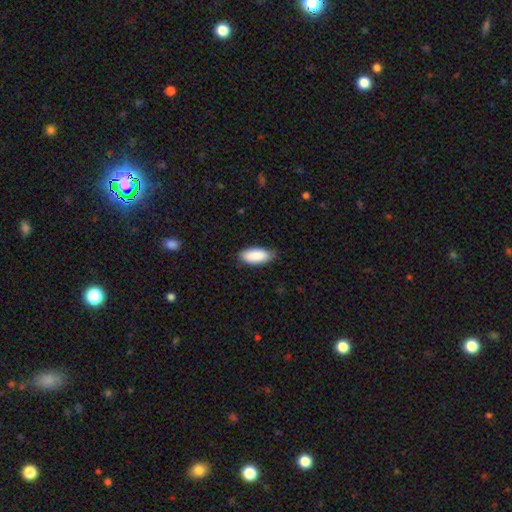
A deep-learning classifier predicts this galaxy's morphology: This is clearly a smooth galaxy (90%). How rounded: clearly in between (89%). Merging: likely none (79%).